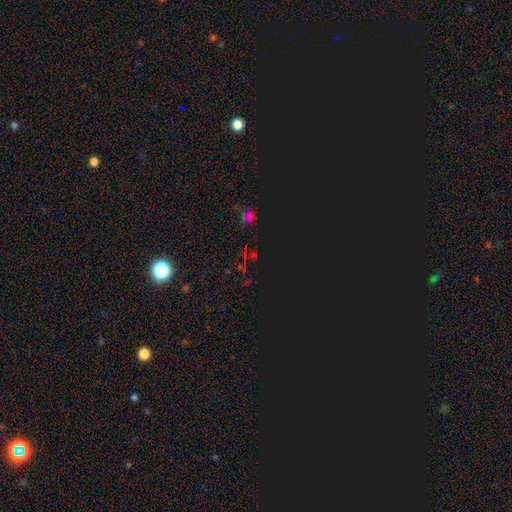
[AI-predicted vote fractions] A star or artifact, not a galaxy (77%).